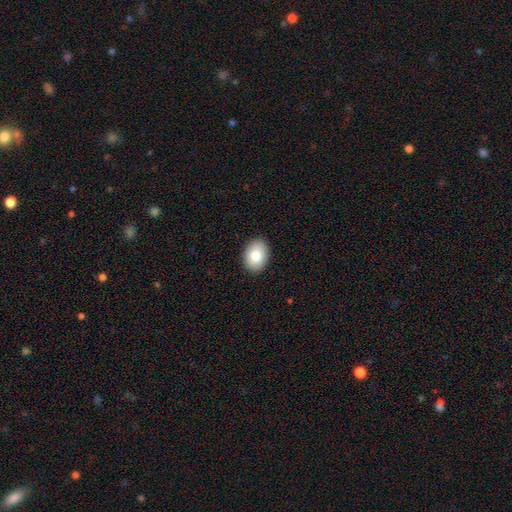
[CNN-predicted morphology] Smooth or featured: smooth — 84% (featured or disk — 9%)
How rounded: in between — 77% (round — 22%)
Merging: none — 90% (minor disturbance — 8%)